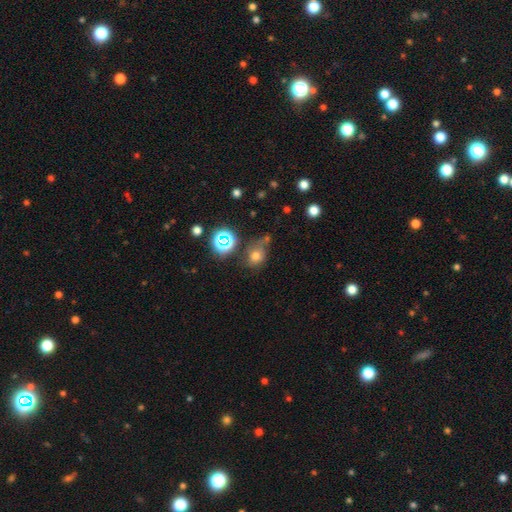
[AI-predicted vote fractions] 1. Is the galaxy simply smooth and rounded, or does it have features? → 66% smooth, 22% star or artifact, 12% featured or disk.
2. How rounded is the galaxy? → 57% round, 41% in between, 2% cigar-shaped.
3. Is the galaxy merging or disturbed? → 51% none, 24% minor disturbance, 13% merger, 12% major disturbance.